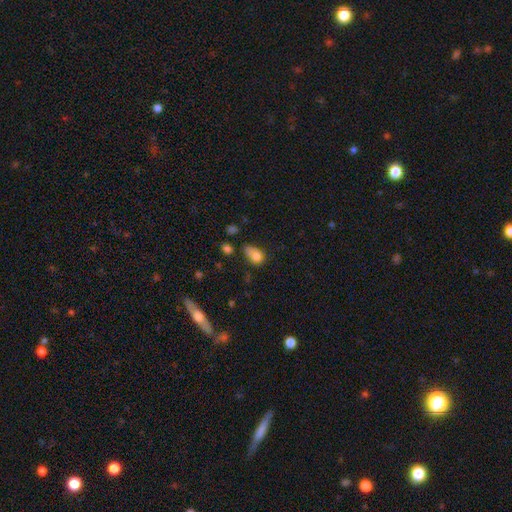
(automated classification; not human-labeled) The model was most divided on "merging": minor disturbance: 34%, none: 28%, major disturbance: 23%, merger: 15%. More confident: smooth or featured — smooth (77%); how rounded — in between (69%).